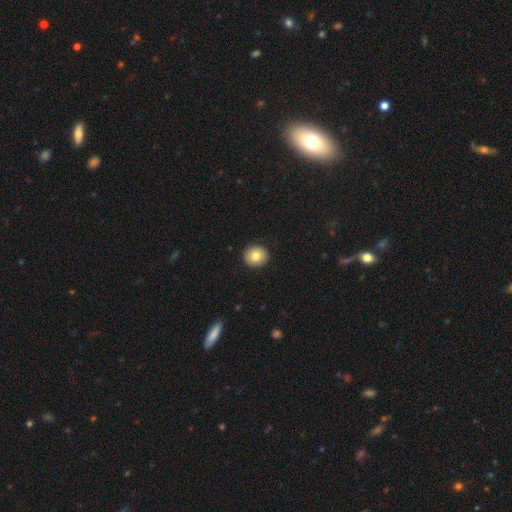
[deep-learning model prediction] A smooth galaxy with no disk features (80%) that is round (85%).

Vote fractions:
- Smooth or featured? smooth: 80% / featured or disk: 12% / star or artifact: 9%
- How rounded? round: 85% / in between: 14% / cigar-shaped: 1%
- Merging? none: 91% / minor disturbance: 6% / major disturbance: 2% / merger: 1%